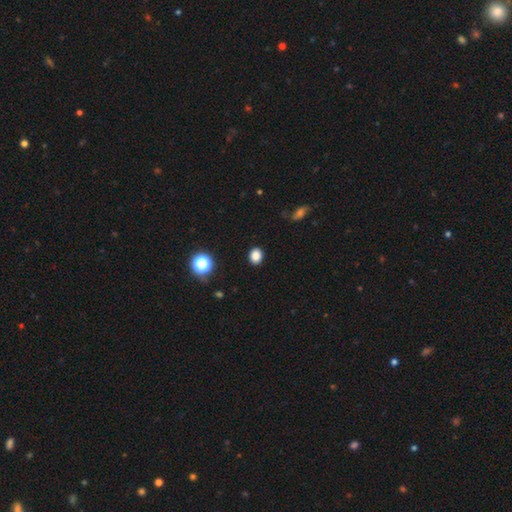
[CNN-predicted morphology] Smooth or featured? smooth (85%)
How rounded? round (51%)
Merging? none (89%)